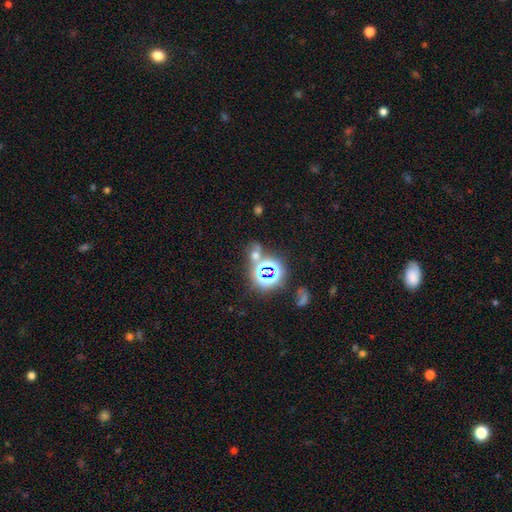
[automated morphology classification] A star or artifact, not a galaxy (50%).